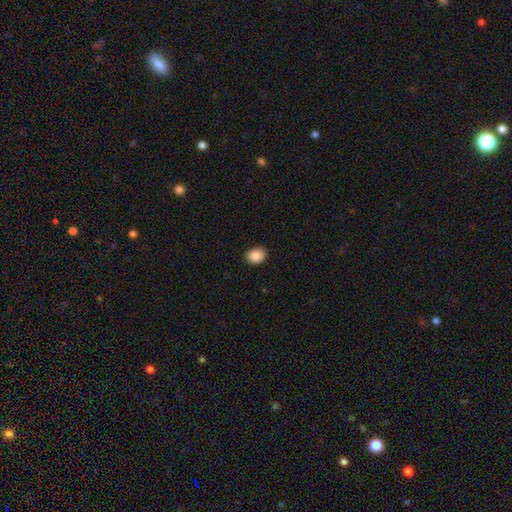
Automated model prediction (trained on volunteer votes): A smooth galaxy with no disk features (88%) that is in between round and cigar-shaped (59%). Merging: none (89%).